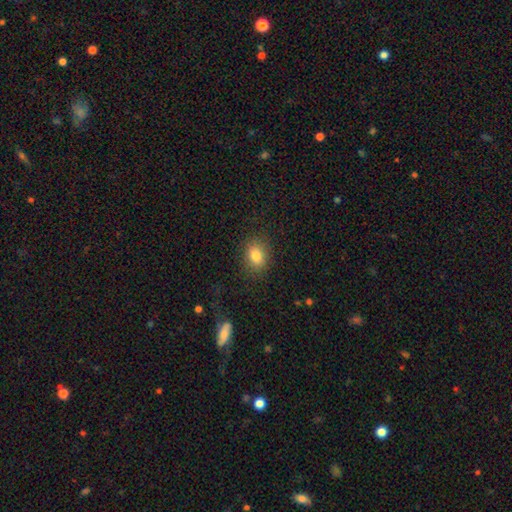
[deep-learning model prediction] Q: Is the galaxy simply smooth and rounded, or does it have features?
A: smooth — 83%.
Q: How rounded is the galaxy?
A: in between — 64%.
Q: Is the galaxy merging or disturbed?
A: none — 84%.